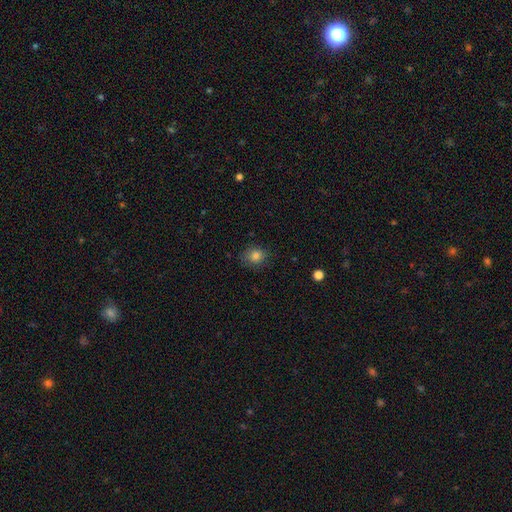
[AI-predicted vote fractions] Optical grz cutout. It shows a smooth galaxy with no disk features (82%) that is round (63%). Merging: none (80%).